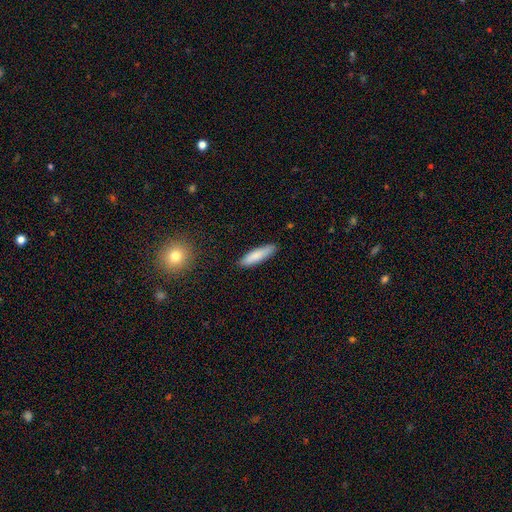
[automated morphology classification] Q: Smooth or featured?
A: smooth (84%); runner-up: featured or disk (10%)
Q: How rounded?
A: cigar-shaped (72%); runner-up: in between (27%)
Q: Merging?
A: none (87%); runner-up: minor disturbance (10%)